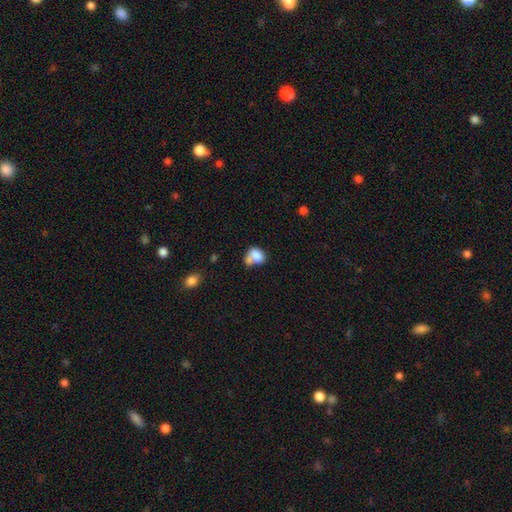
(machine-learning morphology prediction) Smooth or featured? Predicted: smooth (p=0.78). How rounded? Predicted: in between (p=0.64). Merging? Predicted: merger (p=0.49).